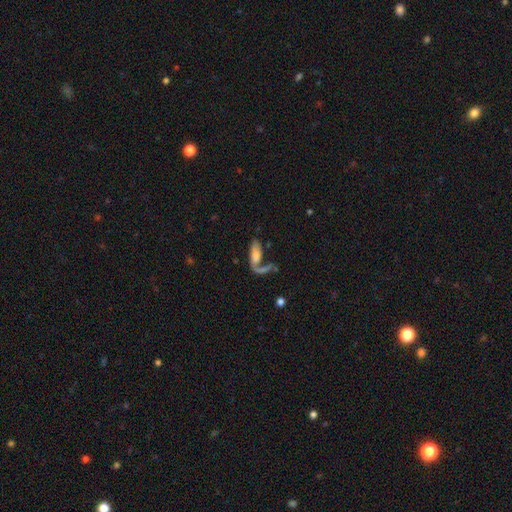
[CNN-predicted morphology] Smooth or featured: smooth — 56% (featured or disk — 34%)
How rounded: in between — 61% (cigar-shaped — 35%)
Merging: none — 34% (merger — 32%)